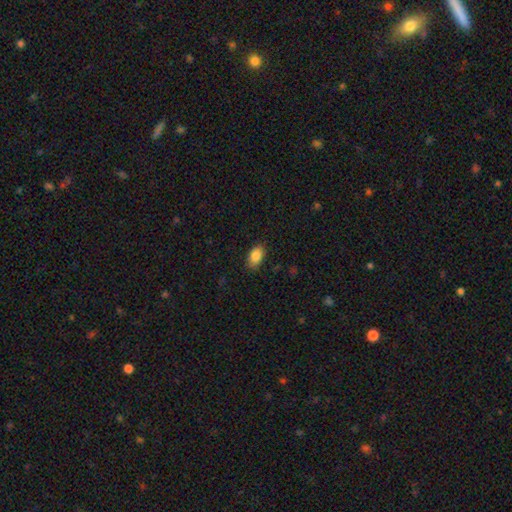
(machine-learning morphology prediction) smooth_or_featured: smooth (p=0.87) [alt: star or artifact p=0.08]
how_rounded: in between (p=0.90) [alt: round p=0.09]
merging: none (p=0.84) [alt: minor disturbance p=0.13]